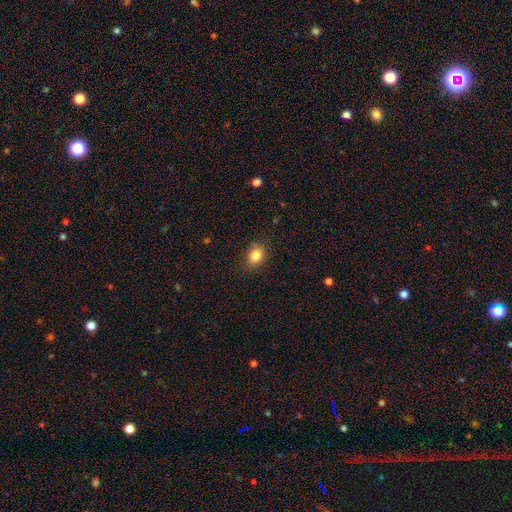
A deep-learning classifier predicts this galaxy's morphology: Overall: smooth (84%). How rounded: in between (55%; round 44%). Merging: none (81%).